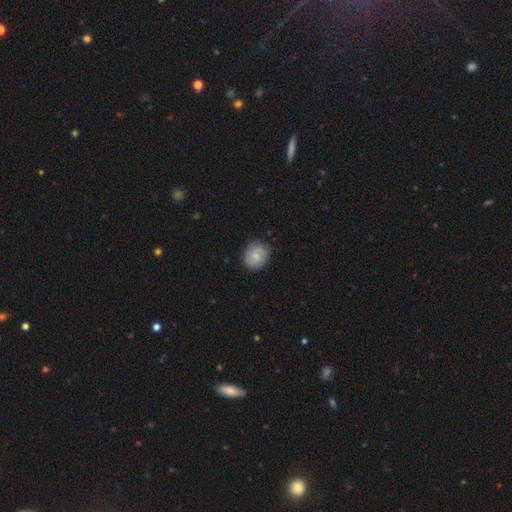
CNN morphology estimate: Smooth or featured?
  - smooth: 76% *
  - featured or disk: 17%
  - star or artifact: 7%
How rounded?
  - round: 73% *
  - in between: 26%
  - cigar-shaped: 1%
Merging?
  - none: 82% *
  - minor disturbance: 14%
  - major disturbance: 3%
  - merger: 1%